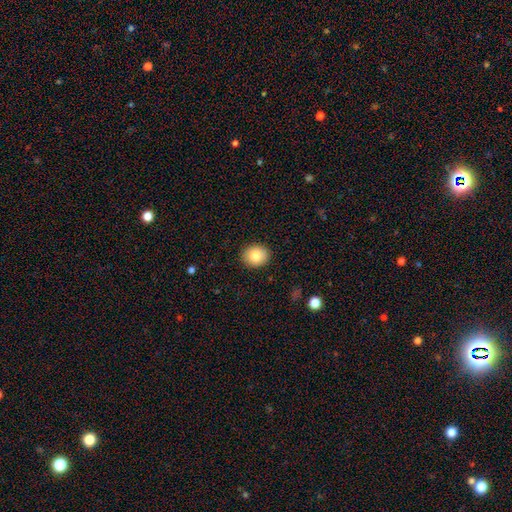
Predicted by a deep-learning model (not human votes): smooth 83%, featured or disk 9%, star or artifact 8%. Down the decision tree: how rounded — round (61%); merging — none (90%).